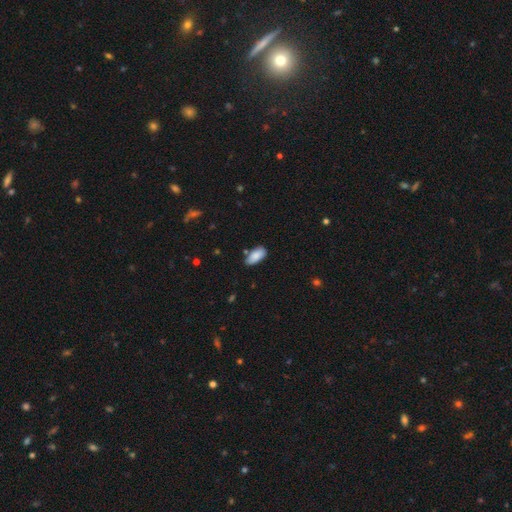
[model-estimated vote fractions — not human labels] Morphology: type=smooth (86%); roundness=in between (92%); merging=none (73%).